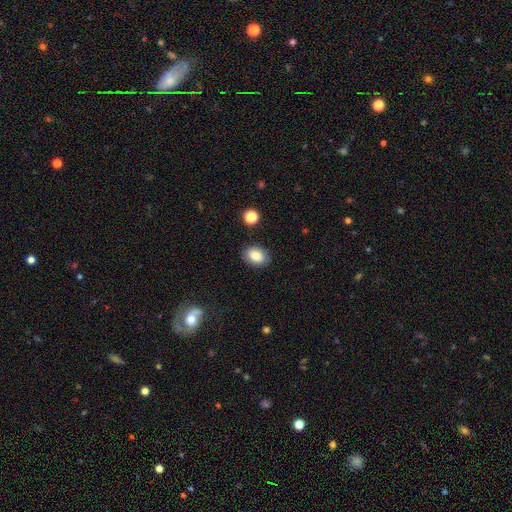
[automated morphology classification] Q: Smooth or featured?
A: smooth (83%); runner-up: featured or disk (9%)
Q: How rounded?
A: in between (77%); runner-up: round (22%)
Q: Merging?
A: none (84%); runner-up: minor disturbance (11%)